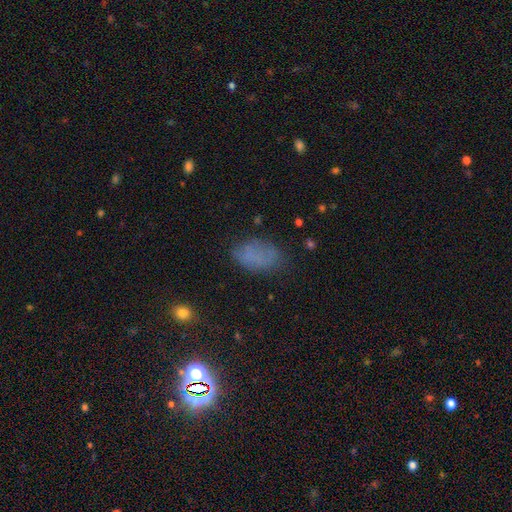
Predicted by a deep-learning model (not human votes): This is likely a smooth galaxy (62%). How rounded: clearly in between (89%). Merging: likely none (65%).